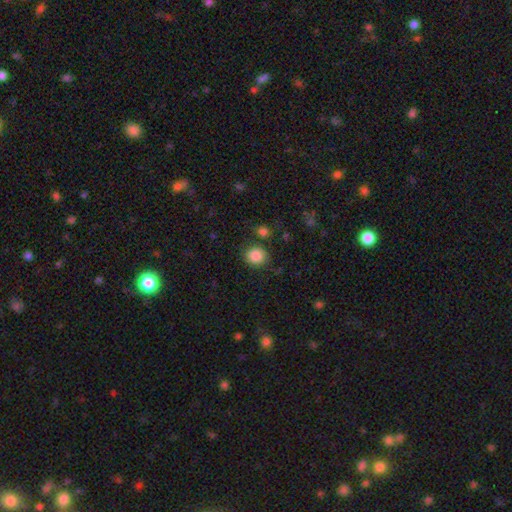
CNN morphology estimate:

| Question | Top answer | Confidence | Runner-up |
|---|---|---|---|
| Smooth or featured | smooth | 87% | star or artifact (9%) |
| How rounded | round | 83% | in between (16%) |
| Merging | none | 81% | minor disturbance (10%) |